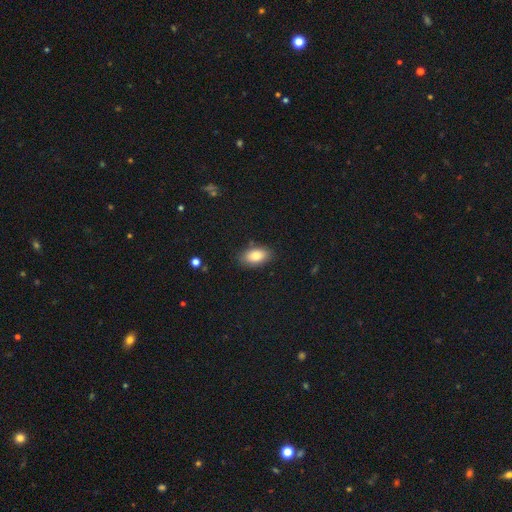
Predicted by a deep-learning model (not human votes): Smooth or featured?
  - smooth: 82% *
  - featured or disk: 10%
  - star or artifact: 8%
How rounded?
  - in between: 92% *
  - round: 5%
  - cigar-shaped: 3%
Merging?
  - none: 84% *
  - minor disturbance: 12%
  - major disturbance: 3%
  - merger: 2%